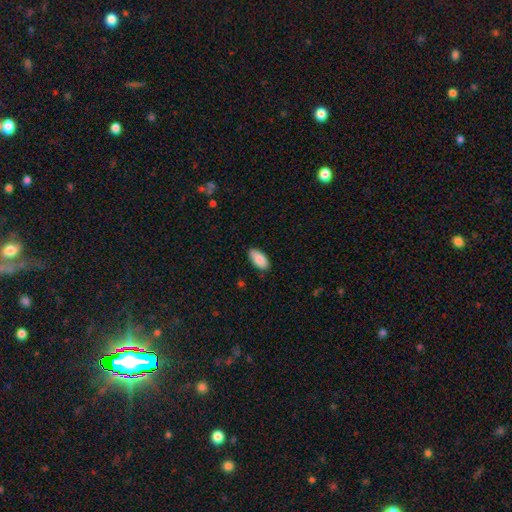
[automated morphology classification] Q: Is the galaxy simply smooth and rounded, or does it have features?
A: smooth — 86%.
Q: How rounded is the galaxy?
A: in between — 93%.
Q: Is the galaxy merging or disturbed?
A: none — 82%.